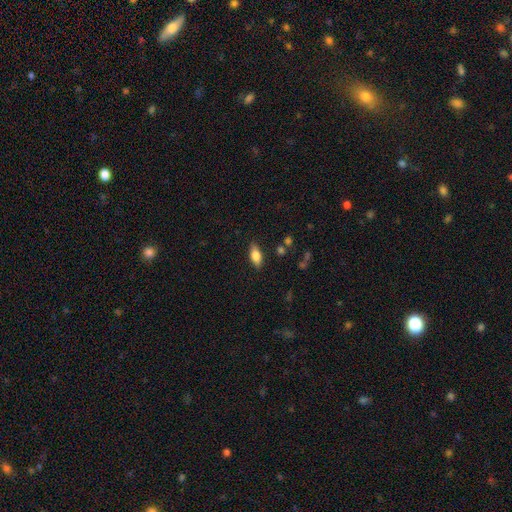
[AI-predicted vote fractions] smooth-or-featured: smooth: 76% | featured or disk: 17% | star or artifact: 7%
  how-rounded: in between: 82% | cigar-shaped: 15% | round: 3%
  merging: none: 84% | minor disturbance: 12% | major disturbance: 3% | merger: 2%